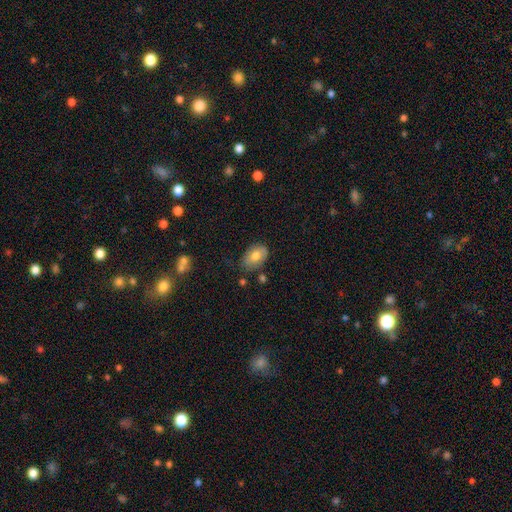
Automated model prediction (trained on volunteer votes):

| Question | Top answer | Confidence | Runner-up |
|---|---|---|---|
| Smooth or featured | smooth | 71% | featured or disk (22%) |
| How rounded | in between | 85% | round (14%) |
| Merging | none | 67% | minor disturbance (24%) |